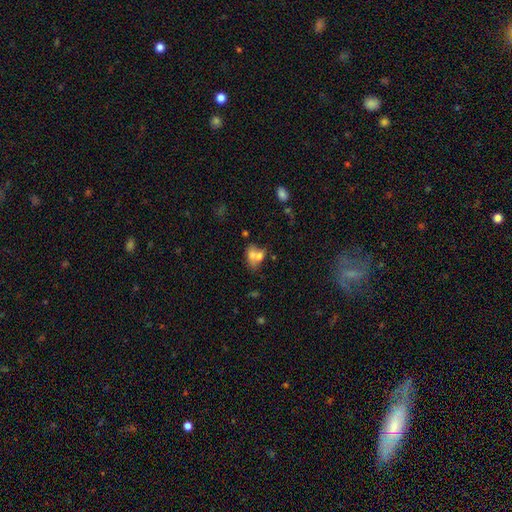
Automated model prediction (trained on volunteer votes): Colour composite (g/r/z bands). It shows a smooth galaxy with no disk features (65%) that is in between round and cigar-shaped (64%). Merging: merger (61%).